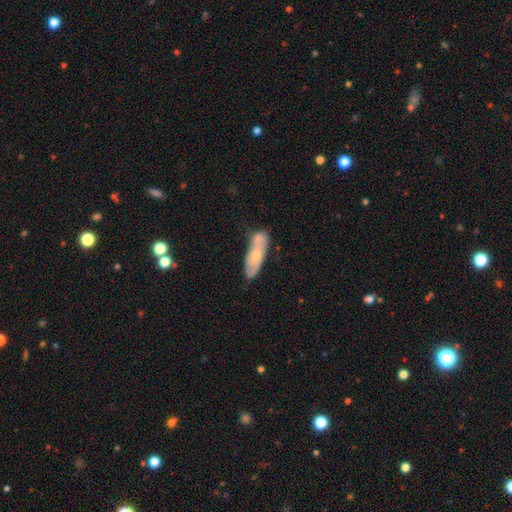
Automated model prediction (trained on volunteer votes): Smooth or featured? smooth (54%)
How rounded? in between (51%)
Merging? none (47%)